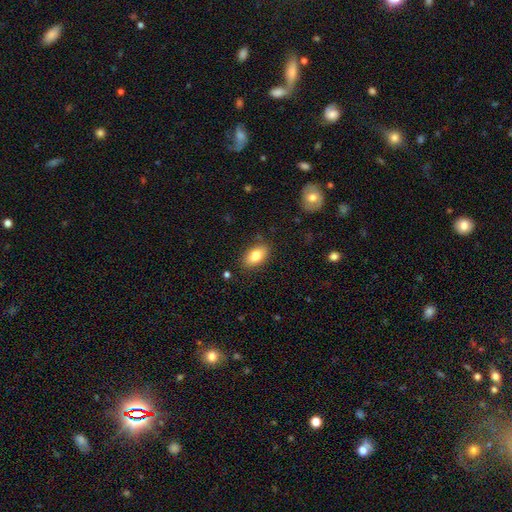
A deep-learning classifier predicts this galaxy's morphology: This appears to be a smooth galaxy with no disk features (81%) that is in between round and cigar-shaped (91%). Merging: none (84%).